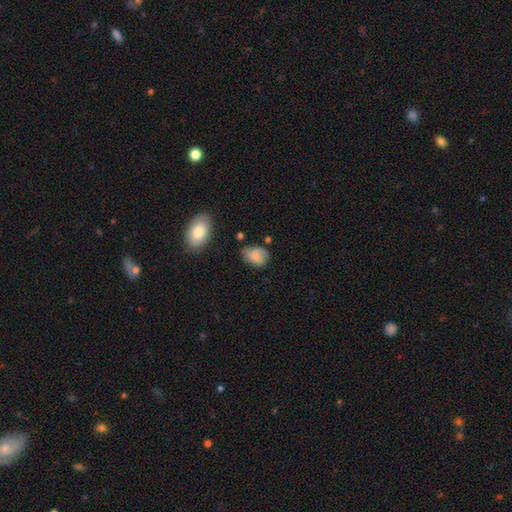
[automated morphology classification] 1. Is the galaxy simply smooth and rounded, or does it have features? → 69% smooth, 23% featured or disk, 8% star or artifact.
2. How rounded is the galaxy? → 72% in between, 26% round, 1% cigar-shaped.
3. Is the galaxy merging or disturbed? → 53% none, 32% minor disturbance, 11% major disturbance, 4% merger.